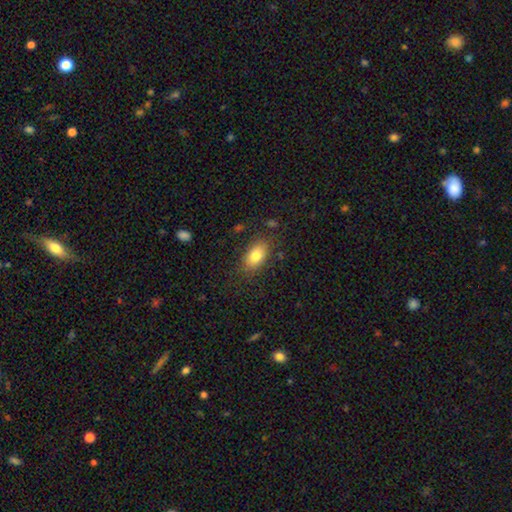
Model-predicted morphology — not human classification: Smooth or featured? Predicted: smooth (p=0.80). How rounded? Predicted: in between (p=0.88). Merging? Predicted: none (p=0.81).